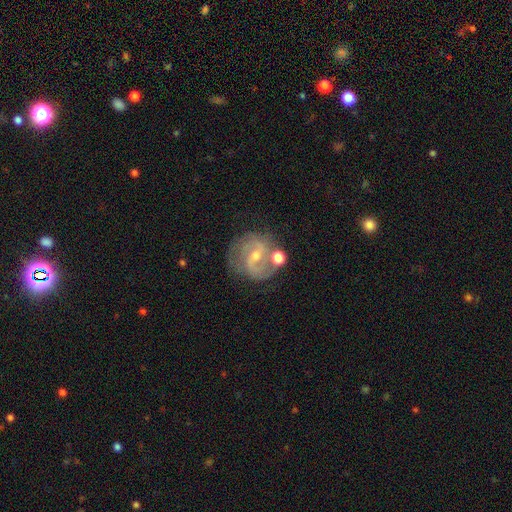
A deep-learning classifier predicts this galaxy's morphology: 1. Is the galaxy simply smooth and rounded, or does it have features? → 85% featured or disk, 8% smooth, 7% star or artifact.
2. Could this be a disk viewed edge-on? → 97% no, 3% yes.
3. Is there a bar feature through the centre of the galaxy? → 50% weak, 30% strong, 20% no.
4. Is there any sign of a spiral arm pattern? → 95% yes, 5% no.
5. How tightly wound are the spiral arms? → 51% medium, 32% tight, 17% loose.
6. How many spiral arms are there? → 77% 2, 9% can't tell, 8% 3, 3% 1, 2% 4, 2% more than 4.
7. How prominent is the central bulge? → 53% small, 43% moderate, 2% none, 1% large, 1% dominant.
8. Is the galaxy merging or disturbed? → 67% none, 16% minor disturbance, 10% merger, 7% major disturbance.